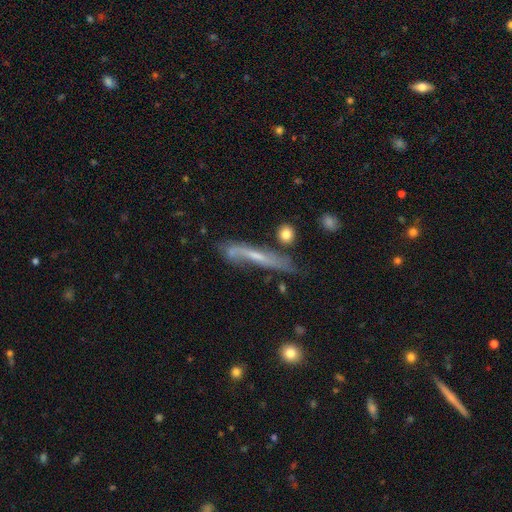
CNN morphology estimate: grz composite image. It shows a featured or disk galaxy (61%) viewed edge-on (71%). Merging: none (54%).